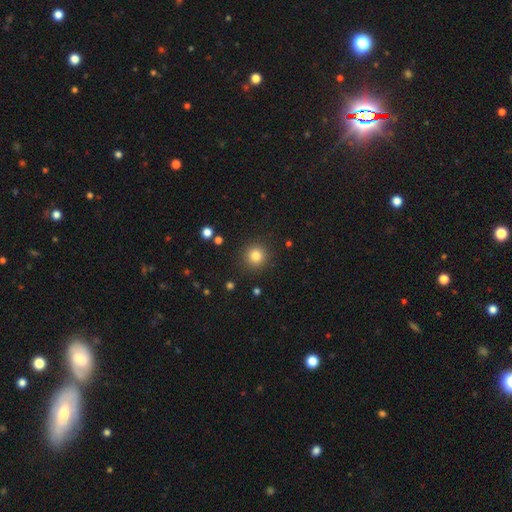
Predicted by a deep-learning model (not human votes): smooth-or-featured: smooth: 82% | star or artifact: 12% | featured or disk: 5%
  how-rounded: round: 94% | in between: 5% | cigar-shaped: 1%
  merging: none: 90% | minor disturbance: 6% | major disturbance: 2% | merger: 1%